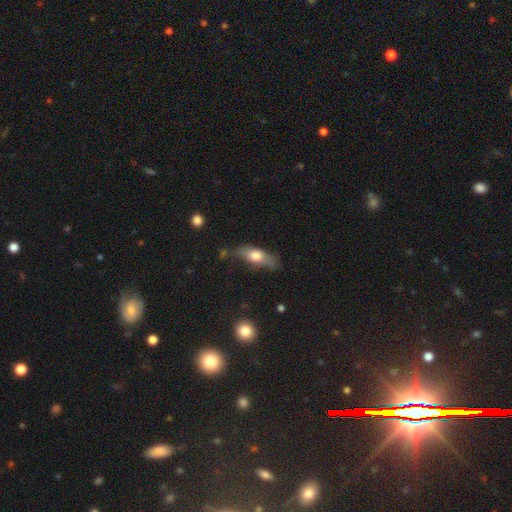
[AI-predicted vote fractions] A smooth galaxy with no disk features (62%) that is in between round and cigar-shaped (61%).

Vote fractions:
- Smooth or featured? smooth: 62% / featured or disk: 31% / star or artifact: 7%
- How rounded? in between: 61% / cigar-shaped: 34% / round: 4%
- Merging? none: 63% / minor disturbance: 25% / major disturbance: 8% / merger: 4%